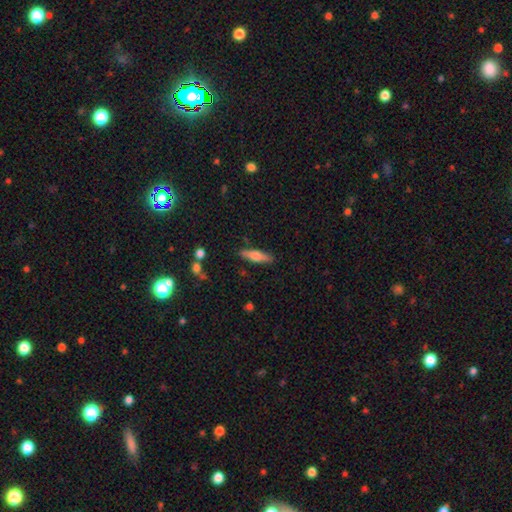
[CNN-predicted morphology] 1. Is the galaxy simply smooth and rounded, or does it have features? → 58% smooth, 36% featured or disk, 7% star or artifact.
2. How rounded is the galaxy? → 70% cigar-shaped, 28% in between, 2% round.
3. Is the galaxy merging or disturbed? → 86% none, 10% minor disturbance, 2% major disturbance, 2% merger.